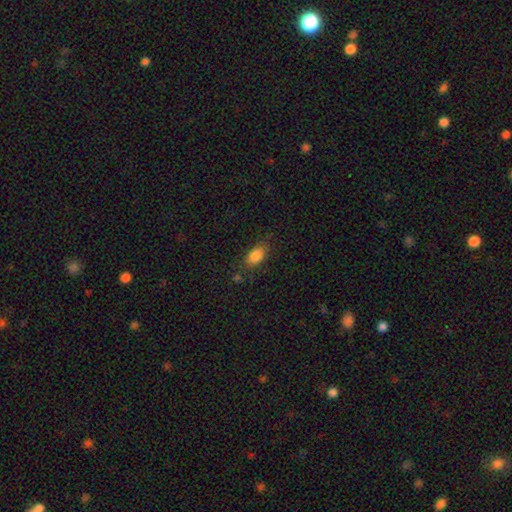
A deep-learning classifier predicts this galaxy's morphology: type=smooth (84%); roundness=in between (88%); merging=none (75%).